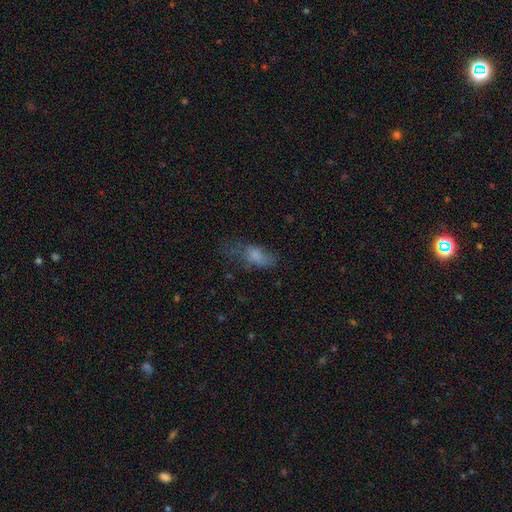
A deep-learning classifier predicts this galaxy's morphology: A smooth galaxy with no disk features (67%) that is in between round and cigar-shaped (80%). Merging: none (38%).